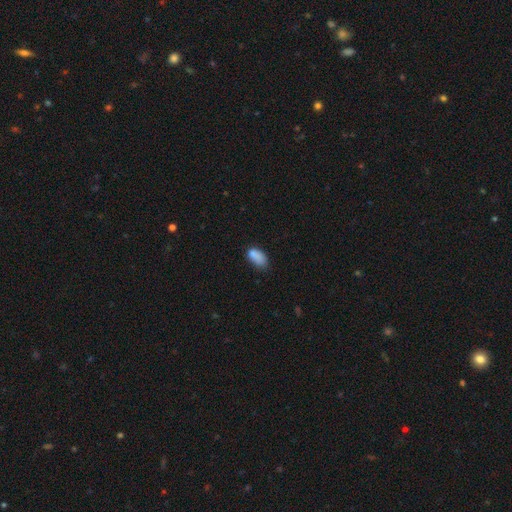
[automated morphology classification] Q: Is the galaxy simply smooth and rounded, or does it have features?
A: smooth — 81%.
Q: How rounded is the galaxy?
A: in between — 90%.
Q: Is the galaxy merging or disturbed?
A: none — 44%.